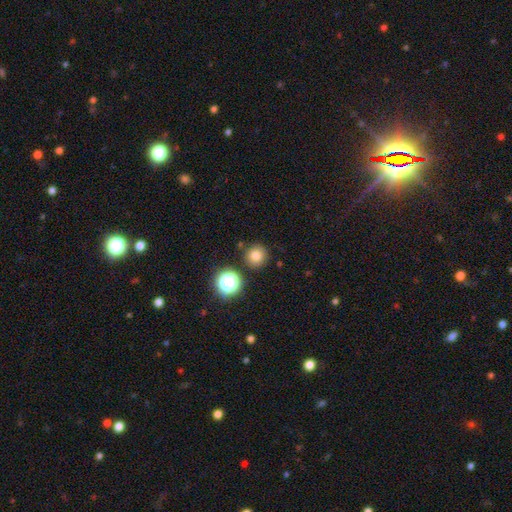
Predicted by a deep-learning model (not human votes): Smooth or featured? Predicted: smooth (p=0.77). How rounded? Predicted: round (p=0.94). Merging? Predicted: none (p=0.86).